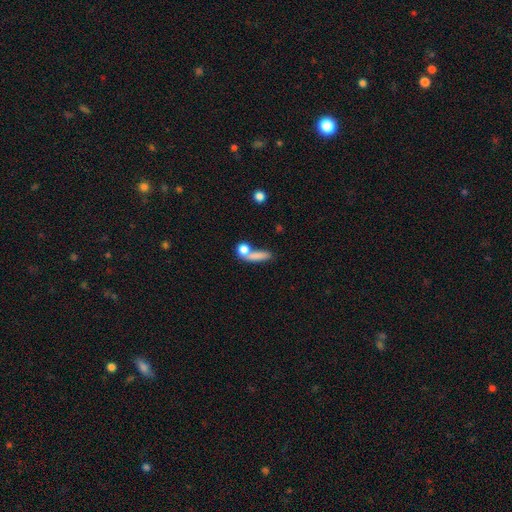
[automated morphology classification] smooth 75%, featured or disk 15%, star or artifact 10%. Down the decision tree: how rounded — cigar-shaped (47%); merging — none (44%).